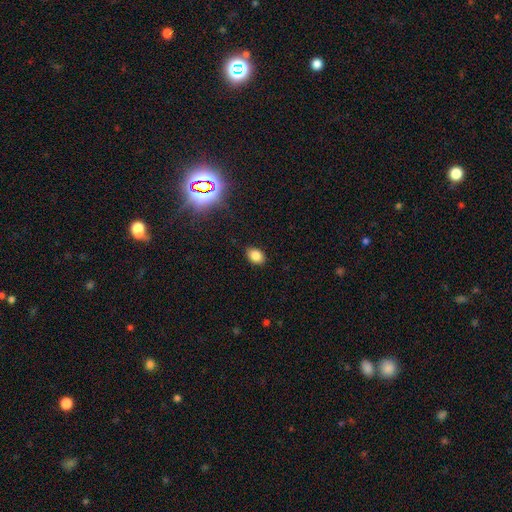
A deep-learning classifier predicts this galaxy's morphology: smooth_or_featured: smooth (p=0.83) [alt: star or artifact p=0.12]
how_rounded: in between (p=0.77) [alt: round p=0.22]
merging: none (p=0.87) [alt: minor disturbance p=0.09]